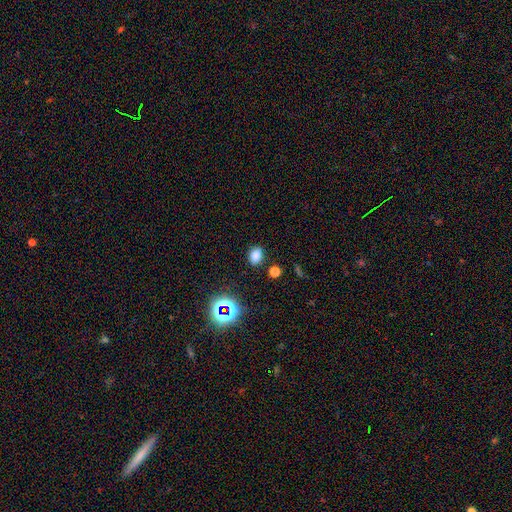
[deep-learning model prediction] Smooth or featured?
  - smooth: 75% *
  - star or artifact: 18%
  - featured or disk: 7%
How rounded?
  - in between: 71% *
  - round: 27%
  - cigar-shaped: 1%
Merging?
  - none: 85% *
  - minor disturbance: 10%
  - major disturbance: 3%
  - merger: 3%